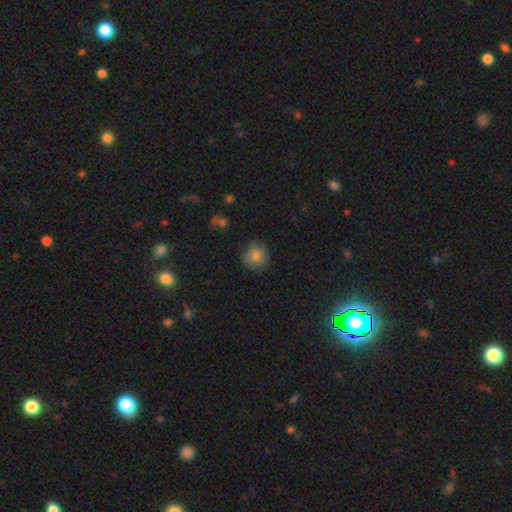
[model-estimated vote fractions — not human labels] Smooth or featured?
  - smooth: 81% *
  - featured or disk: 10%
  - star or artifact: 10%
How rounded?
  - round: 91% *
  - in between: 8%
  - cigar-shaped: 1%
Merging?
  - none: 83% *
  - minor disturbance: 13%
  - major disturbance: 3%
  - merger: 1%